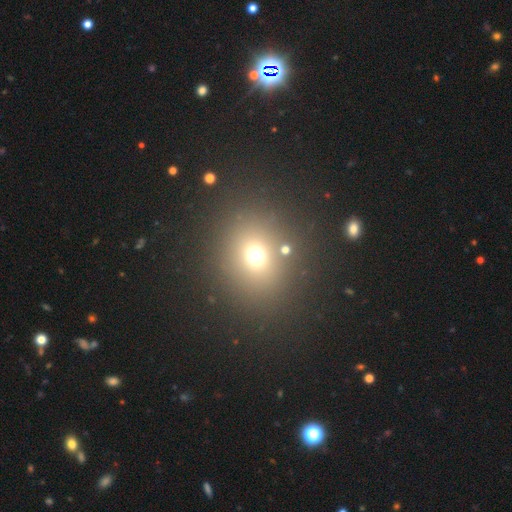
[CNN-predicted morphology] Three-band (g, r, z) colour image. It shows a smooth galaxy with no disk features (66%) that is round (76%). Merging: none (80%).